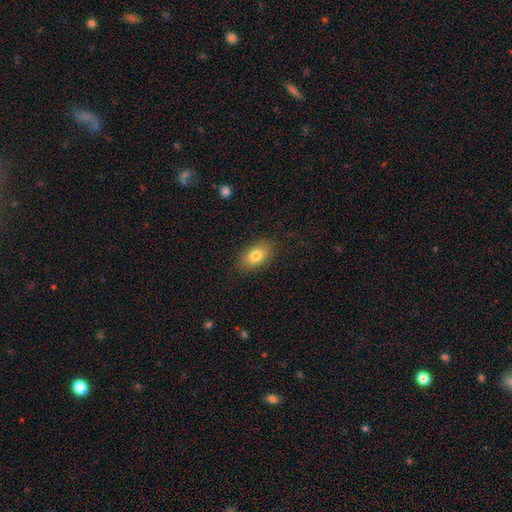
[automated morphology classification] This is clearly a smooth galaxy (81%). How rounded: clearly in between (89%). Merging: clearly none (86%).